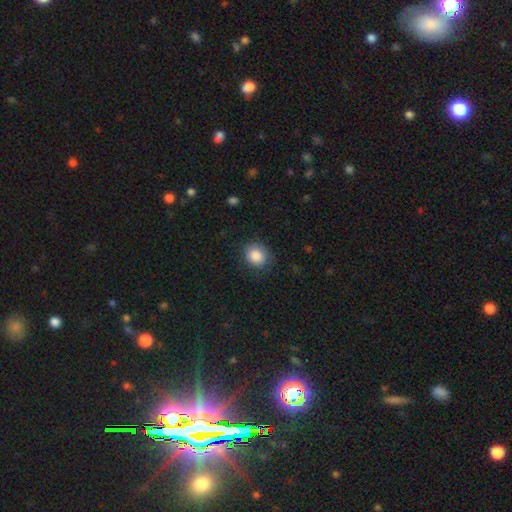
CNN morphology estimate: The model was most divided on "how rounded": round: 72%, in between: 27%, cigar-shaped: 1%. More confident: smooth or featured — smooth (87%); merging — none (81%).